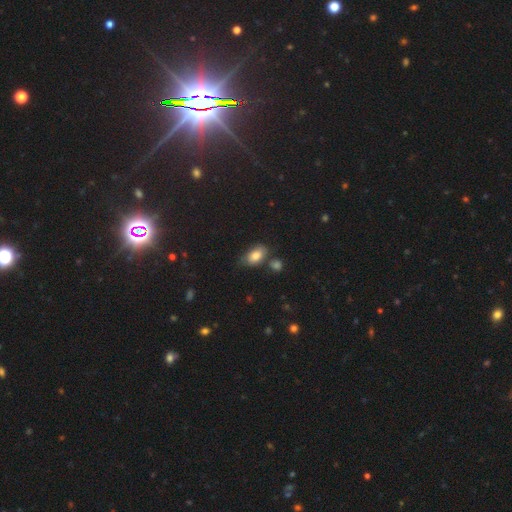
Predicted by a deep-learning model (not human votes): Q: Smooth or featured?
A: smooth (82%); runner-up: featured or disk (10%)
Q: How rounded?
A: in between (90%); runner-up: round (8%)
Q: Merging?
A: none (59%); runner-up: minor disturbance (24%)